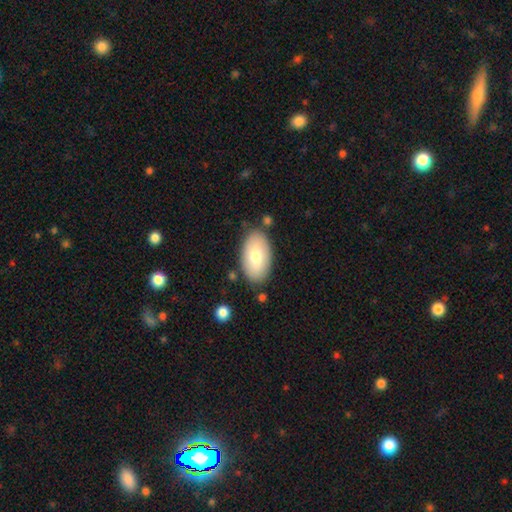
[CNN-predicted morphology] smooth-or-featured: smooth: 69% | featured or disk: 25% | star or artifact: 6%
  how-rounded: in between: 95% | round: 3% | cigar-shaped: 2%
  merging: none: 82% | minor disturbance: 12% | merger: 3% | major disturbance: 3%